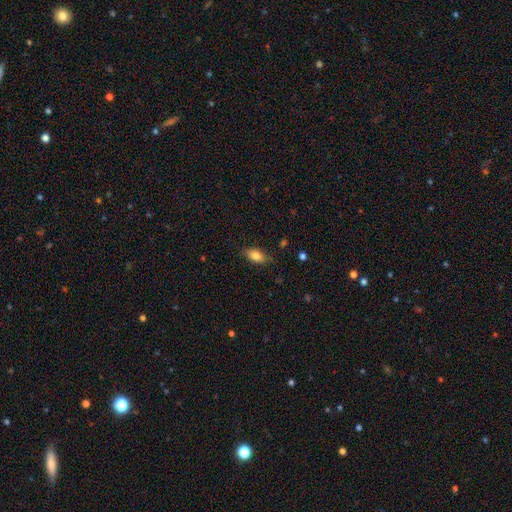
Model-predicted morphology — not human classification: This appears to be a smooth galaxy with no disk features (82%) that is in between round and cigar-shaped (87%). Merging: none (82%).